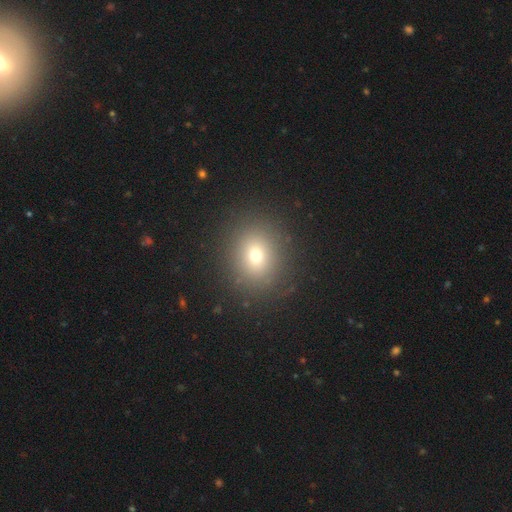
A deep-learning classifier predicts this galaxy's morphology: Smooth or featured: smooth — 71% (star or artifact — 17%)
How rounded: round — 73% (in between — 26%)
Merging: none — 88% (minor disturbance — 7%)